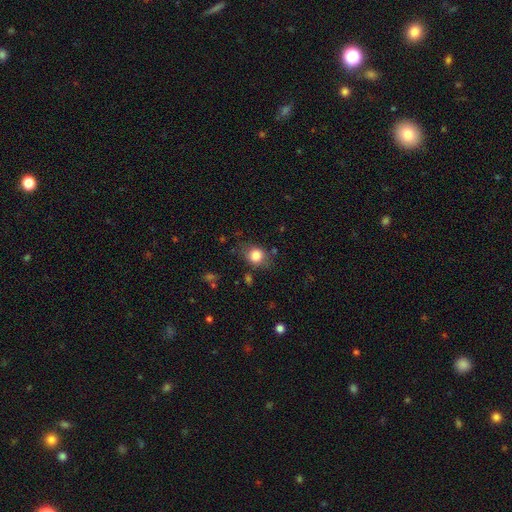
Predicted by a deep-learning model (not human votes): The model was most divided on "how rounded": round: 58%, in between: 41%, cigar-shaped: 1%. More confident: smooth or featured — smooth (82%); merging — none (74%).